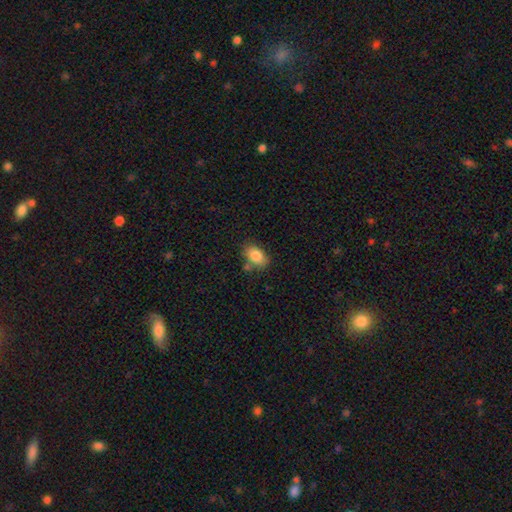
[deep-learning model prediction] Overall: smooth (84%). How rounded: in between (84%). Merging: none (69%).